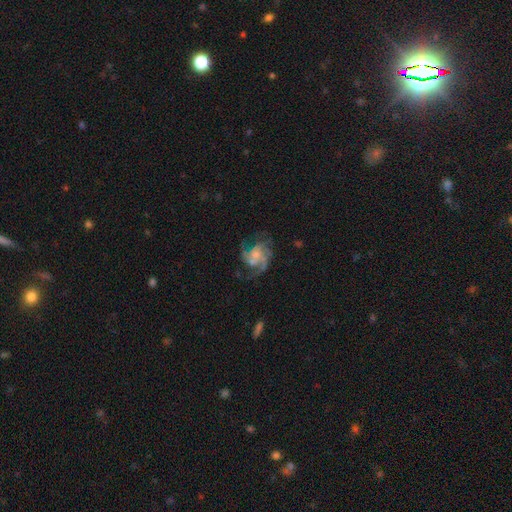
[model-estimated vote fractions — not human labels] A featured or disk galaxy (83%) with no bar (73%), 3 (38%) medium (49%) spiral arms (93%) and a small central bulge (42%).

Vote fractions:
- Smooth or featured? featured or disk: 83% / smooth: 10% / star or artifact: 7%
- Edge-on disk? no: 98% / yes: 2%
- Bar? no: 73% / weak: 24% / strong: 4%
- Spiral arms? yes: 93% / no: 7%
- Spiral winding? medium: 49% / tight: 27% / loose: 24%
- Spiral arm count? 3: 38% / can't tell: 18% / 4: 17% / 2: 14% / more than 4: 7% / 1: 7%
- Bulge size? small: 42% / moderate: 38% / none: 13% / large: 6% / dominant: 2%
- Merging? none: 56% / major disturbance: 22% / minor disturbance: 18% / merger: 4%